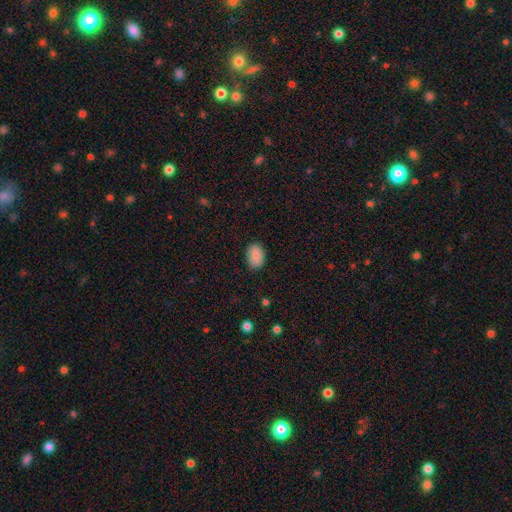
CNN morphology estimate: type=smooth (86%); roundness=in between (85%); merging=none (87%).